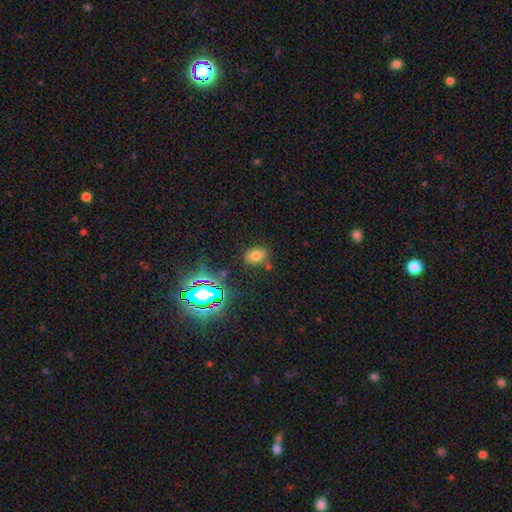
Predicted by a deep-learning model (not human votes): Smooth or featured? smooth (66%)
How rounded? in between (75%)
Merging? none (70%)